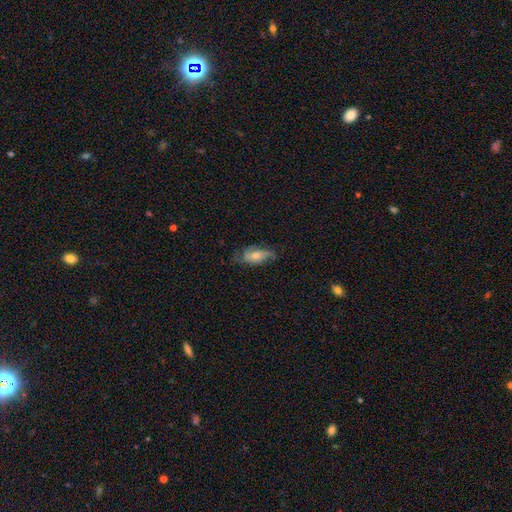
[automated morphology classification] This is possibly a smooth galaxy (47%). Merging: possibly none (57%).